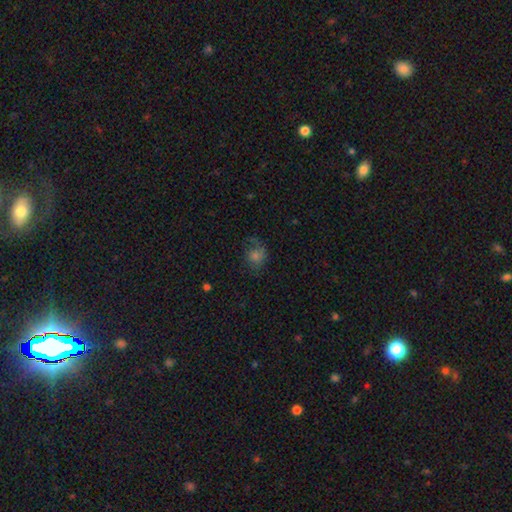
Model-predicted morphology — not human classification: A smooth galaxy with no disk features (54%) that is round (63%).

Vote fractions:
- Smooth or featured? smooth: 54% / featured or disk: 26% / star or artifact: 20%
- How rounded? round: 63% / in between: 35% / cigar-shaped: 1%
- Merging? none: 53% / minor disturbance: 23% / major disturbance: 22% / merger: 2%